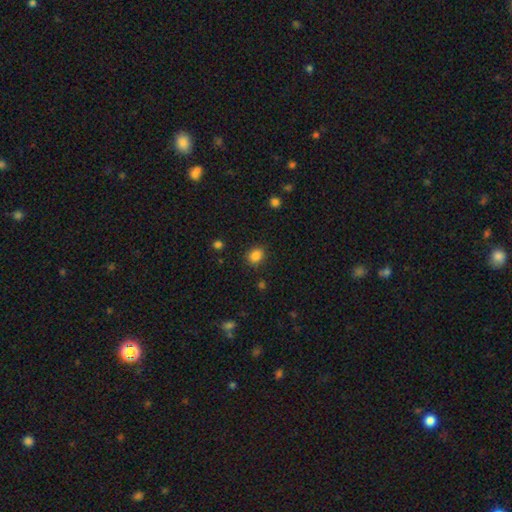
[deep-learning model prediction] Morphology: type=smooth (85%); roundness=round (64%); merging=none (86%).